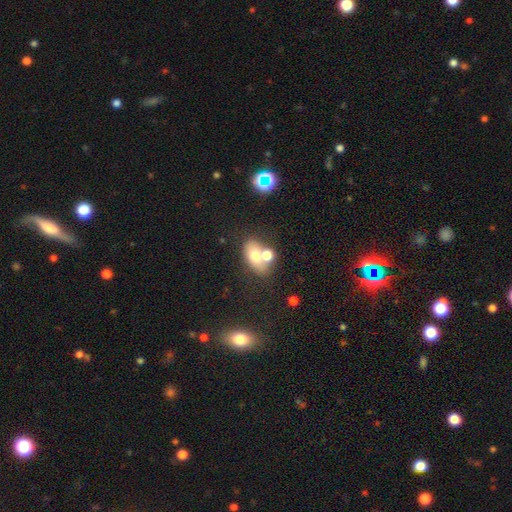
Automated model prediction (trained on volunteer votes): Smooth or featured: smooth — 66% (featured or disk — 22%)
How rounded: in between — 78% (round — 20%)
Merging: merger — 46% (none — 38%)